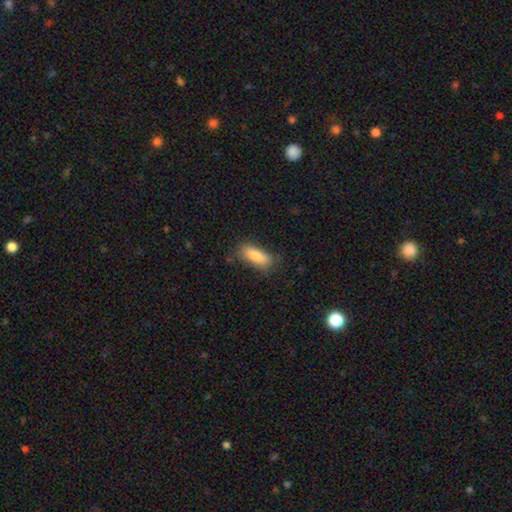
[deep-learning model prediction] Smooth or featured?
  - smooth: 82% *
  - featured or disk: 11%
  - star or artifact: 7%
How rounded?
  - in between: 74% *
  - cigar-shaped: 24%
  - round: 2%
Merging?
  - none: 76% *
  - minor disturbance: 18%
  - major disturbance: 5%
  - merger: 2%